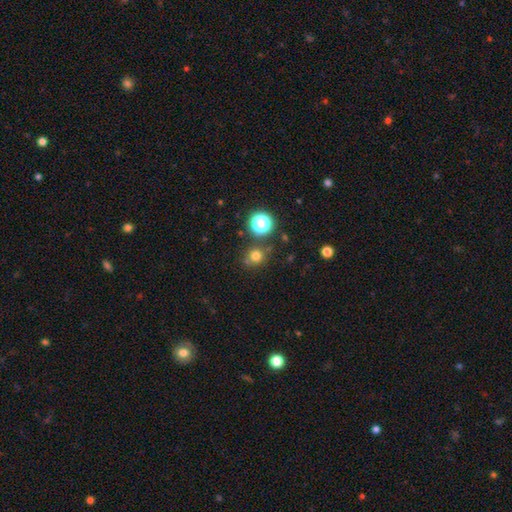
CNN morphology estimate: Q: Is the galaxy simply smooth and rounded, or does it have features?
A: smooth — 72%.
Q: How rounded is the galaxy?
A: round — 87%.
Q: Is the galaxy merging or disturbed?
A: none — 74%.